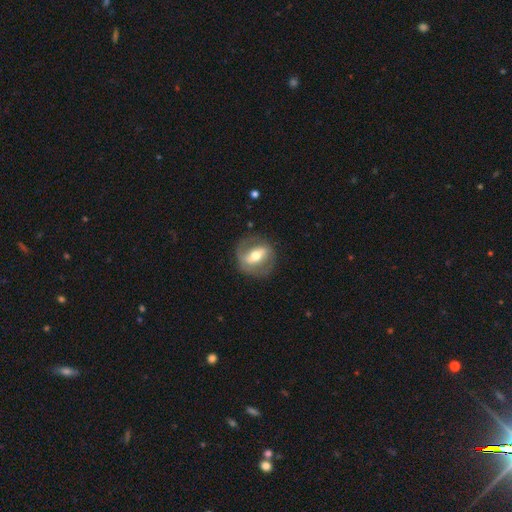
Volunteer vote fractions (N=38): Smooth or featured?
  - featured or disk: 68% *
  - smooth: 26%
  - star or artifact: 5%
Edge-on disk?
  - no: 88% *
  - yes: 12%
Bar?
  - strong: 61% *
  - weak: 35%
  - no: 4%
Spiral arms?
  - yes: 83% *
  - no: 17%
Spiral winding?
  - medium: 63% *
  - tight: 21%
  - loose: 16%
Spiral arm count?
  - 2: 100% *
  - 1: 0%
  - 3: 0%
  - 4: 0%
  - more than 4: 0%
  - can't tell: 0%
Bulge size?
  - moderate: 74% *
  - large: 17%
  - small: 9%
  - dominant: 0%
  - none: 0%
Merging?
  - none: 83% *
  - minor disturbance: 11%
  - major disturbance: 6%
  - merger: 0%